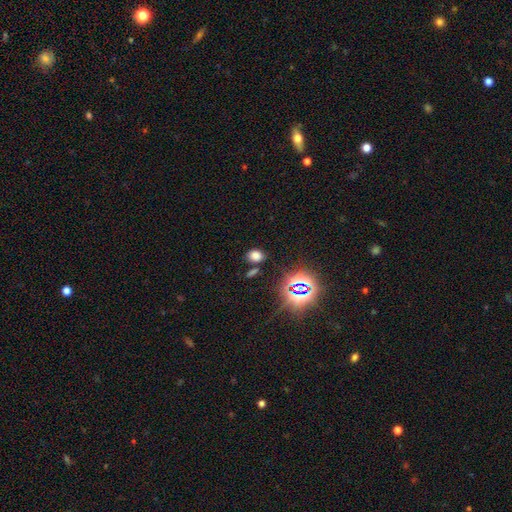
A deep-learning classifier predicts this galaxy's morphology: Smooth or featured? Predicted: smooth (p=0.66). How rounded? Predicted: in between (p=0.69). Merging? Predicted: none (p=0.76).